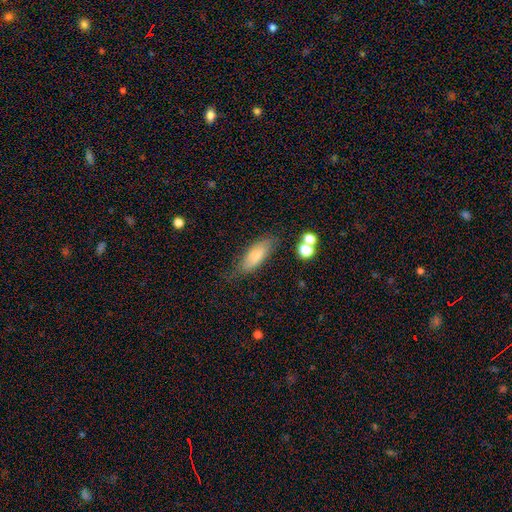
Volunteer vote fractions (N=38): A smooth galaxy with no disk features (71%) that is in between round and cigar-shaped (74%). Merging: none (53%).